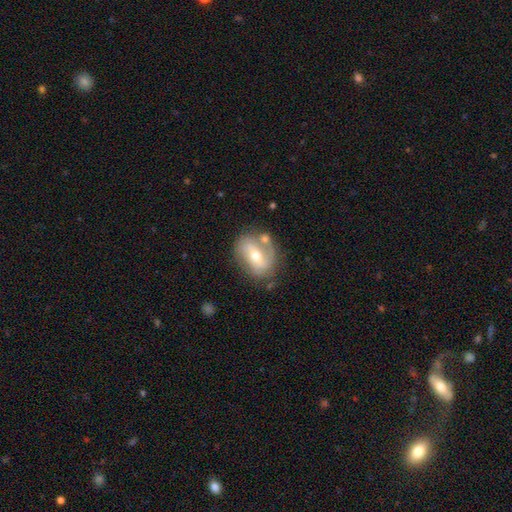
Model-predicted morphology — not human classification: Smooth or featured? featured or disk (64%)
Edge-on disk? no (94%)
Bar? weak (36%)
Spiral arms? yes (71%)
Bulge size? moderate (60%)
Merging? none (63%)